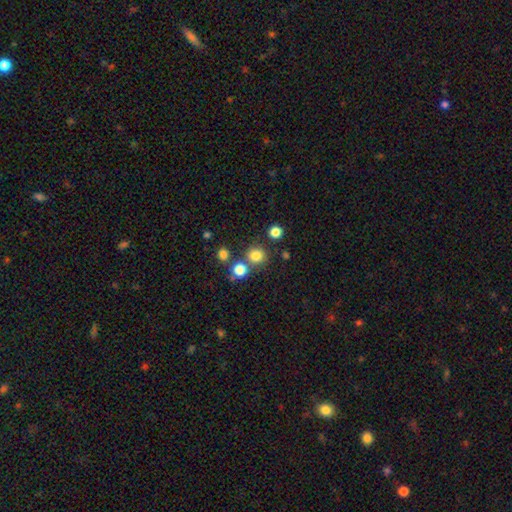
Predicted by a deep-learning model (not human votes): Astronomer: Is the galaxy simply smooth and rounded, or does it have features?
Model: smooth — 80%.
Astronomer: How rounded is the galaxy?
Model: round — 89%.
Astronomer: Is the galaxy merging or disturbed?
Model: none — 74%.